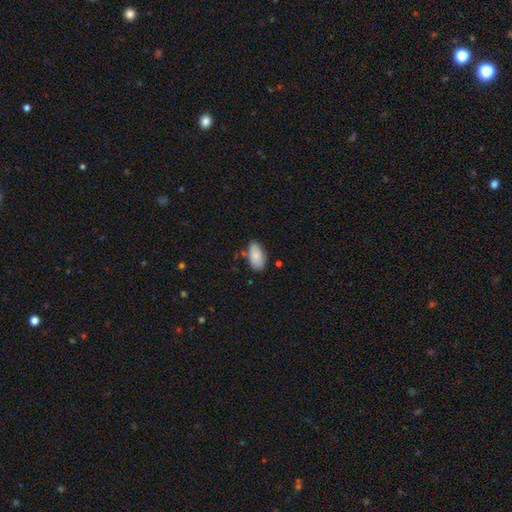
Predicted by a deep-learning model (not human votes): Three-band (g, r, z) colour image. It shows a smooth galaxy with no disk features (85%) that is in between round and cigar-shaped (95%). Merging: none (71%).